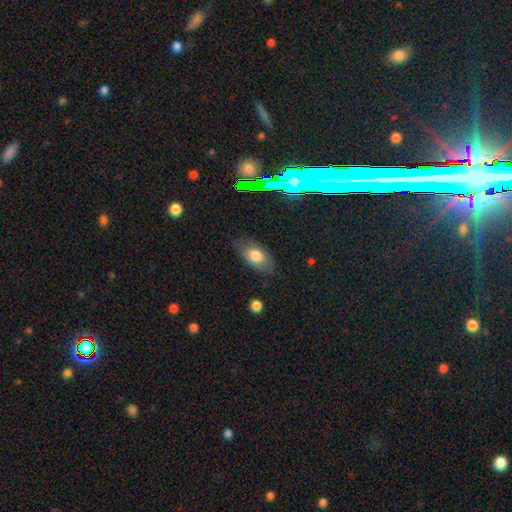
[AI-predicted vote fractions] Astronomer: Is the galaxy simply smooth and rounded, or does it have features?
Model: smooth — 69%.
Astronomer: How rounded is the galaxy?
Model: in between — 89%.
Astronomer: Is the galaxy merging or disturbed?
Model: none — 75%.